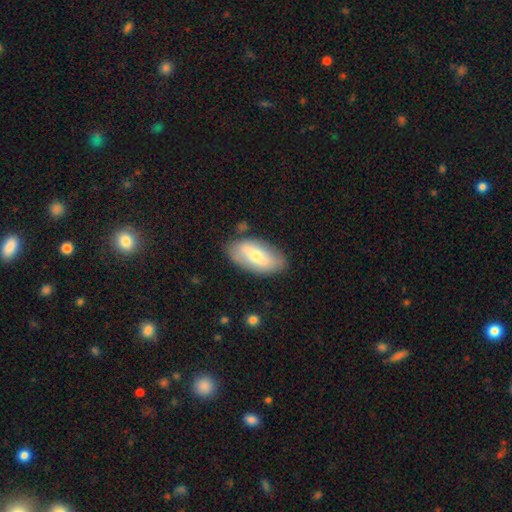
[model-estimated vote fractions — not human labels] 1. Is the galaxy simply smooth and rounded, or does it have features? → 54% smooth, 40% featured or disk, 6% star or artifact.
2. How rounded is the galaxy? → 92% in between, 5% cigar-shaped, 4% round.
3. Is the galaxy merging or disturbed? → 78% none, 15% minor disturbance, 4% major disturbance, 3% merger.